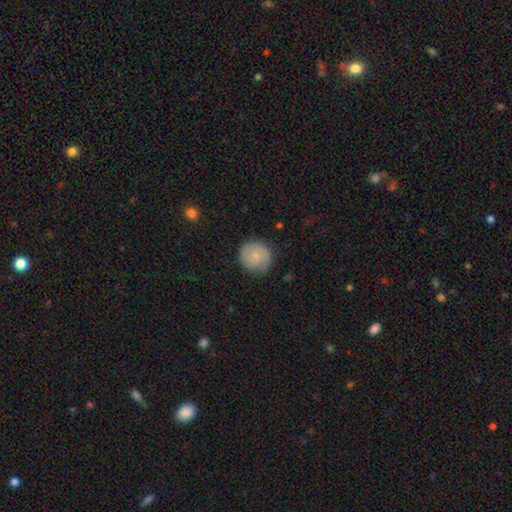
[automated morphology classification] Overall: smooth (68%). How rounded: round (92%). Merging: none (81%).